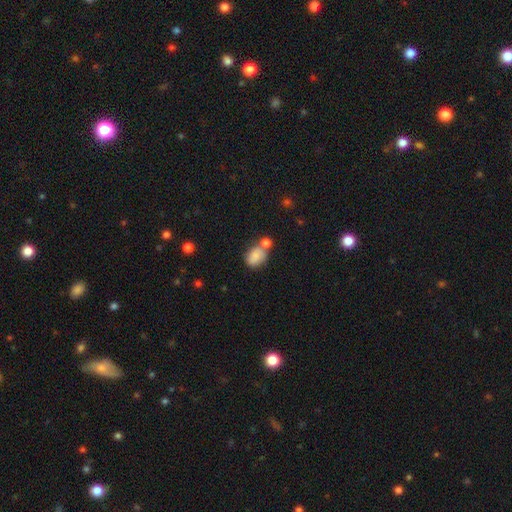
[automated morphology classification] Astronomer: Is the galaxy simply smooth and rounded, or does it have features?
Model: smooth — 78%.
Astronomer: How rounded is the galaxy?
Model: in between — 71%.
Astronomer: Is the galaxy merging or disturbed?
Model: none — 40% (runner-up: merger, 34%).